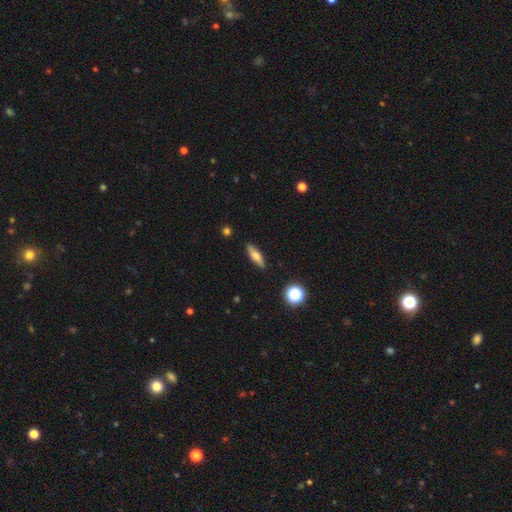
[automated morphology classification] smooth-or-featured: smooth: 59% | featured or disk: 33% | star or artifact: 8%
  how-rounded: cigar-shaped: 61% | in between: 36% | round: 3%
  merging: none: 88% | minor disturbance: 8% | major disturbance: 2% | merger: 1%